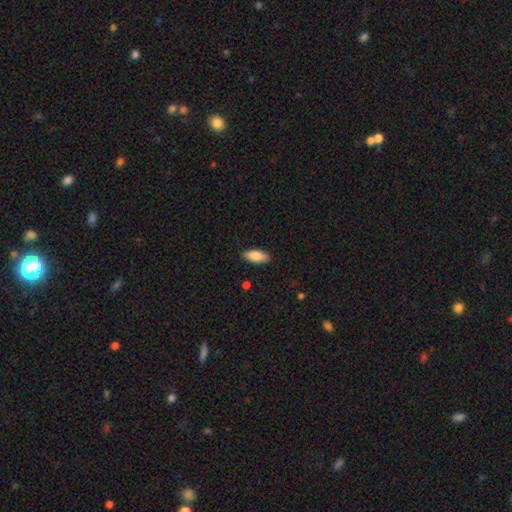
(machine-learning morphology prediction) A smooth galaxy with no disk features (84%) that is in between round and cigar-shaped (82%).

Vote fractions:
- Smooth or featured? smooth: 84% / featured or disk: 10% / star or artifact: 6%
- How rounded? in between: 82% / cigar-shaped: 16% / round: 2%
- Merging? none: 88% / minor disturbance: 9% / major disturbance: 2% / merger: 1%